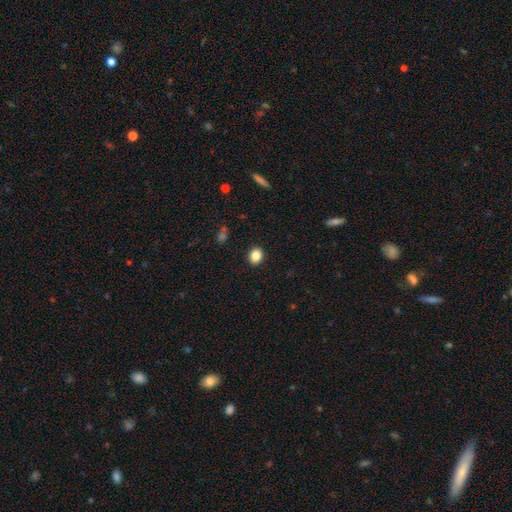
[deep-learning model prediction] Overall: smooth (85%). How rounded: round (53%; in between 46%). Merging: none (91%).